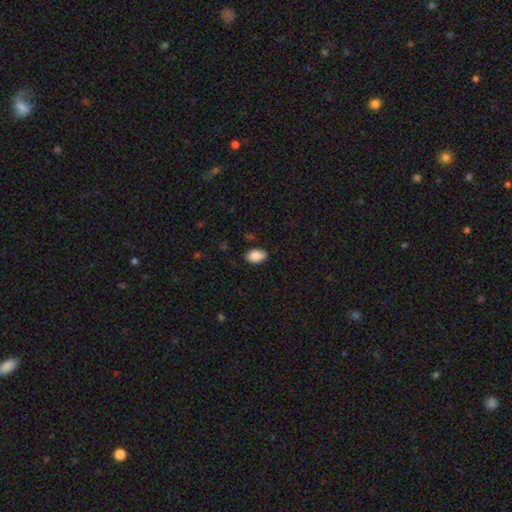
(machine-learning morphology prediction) smooth-or-featured: smooth: 89% | star or artifact: 7% | featured or disk: 4%
  how-rounded: in between: 92% | round: 7% | cigar-shaped: 1%
  merging: none: 86% | minor disturbance: 11% | major disturbance: 2% | merger: 1%